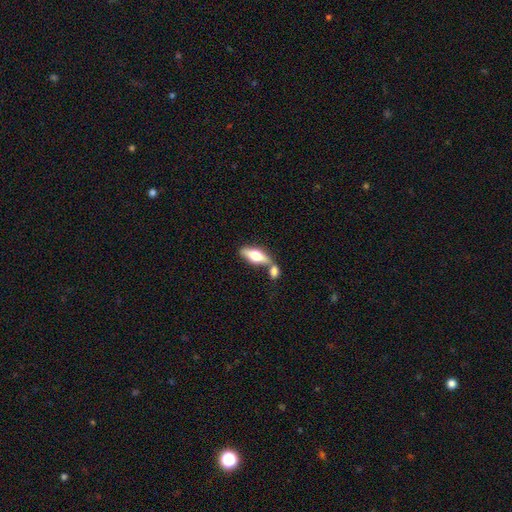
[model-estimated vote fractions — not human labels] This appears to be a smooth galaxy with no disk features (55%) that is in between round and cigar-shaped (68%). Merging: none (47%).